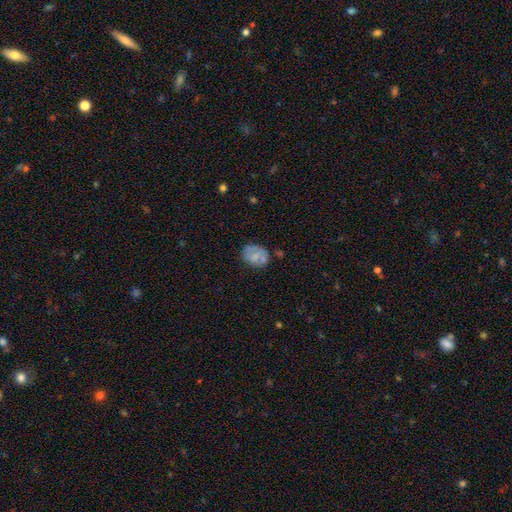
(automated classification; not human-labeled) smooth-or-featured: smooth: 62% | featured or disk: 30% | star or artifact: 9%
  how-rounded: in between: 59% | round: 39% | cigar-shaped: 1%
  merging: none: 56% | minor disturbance: 25% | major disturbance: 10% | merger: 8%